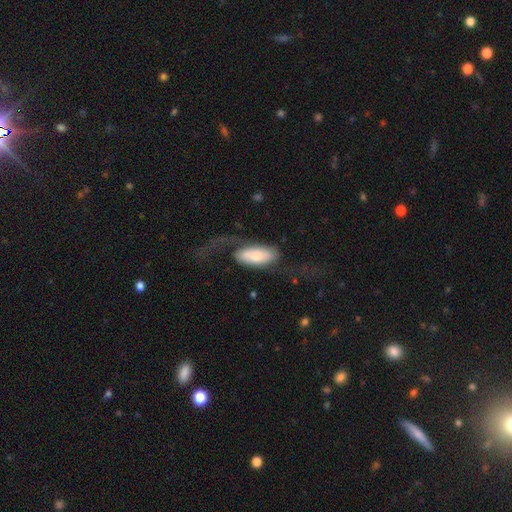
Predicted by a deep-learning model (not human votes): Smooth or featured? Predicted: smooth (p=0.52). How rounded? Predicted: in between (p=0.85). Merging? Predicted: major disturbance (p=0.45).